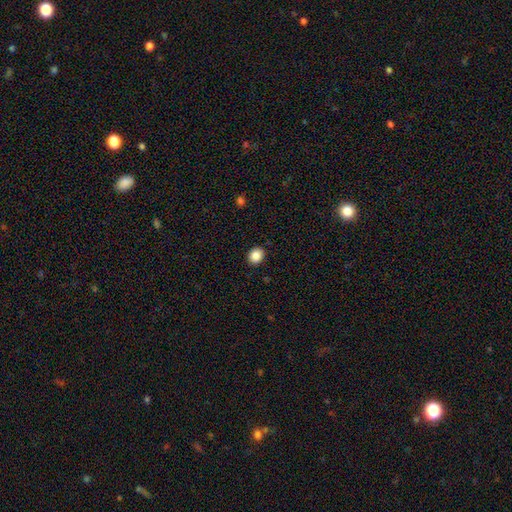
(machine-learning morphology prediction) smooth 87%, star or artifact 9%, featured or disk 4%. Down the decision tree: how rounded — round (62%); merging — none (91%).